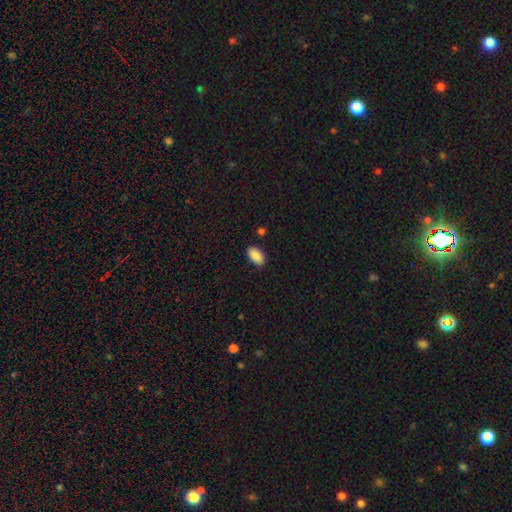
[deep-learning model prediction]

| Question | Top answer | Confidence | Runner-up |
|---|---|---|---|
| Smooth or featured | smooth | 89% | star or artifact (7%) |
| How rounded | in between | 94% | round (4%) |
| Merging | none | 86% | minor disturbance (10%) |